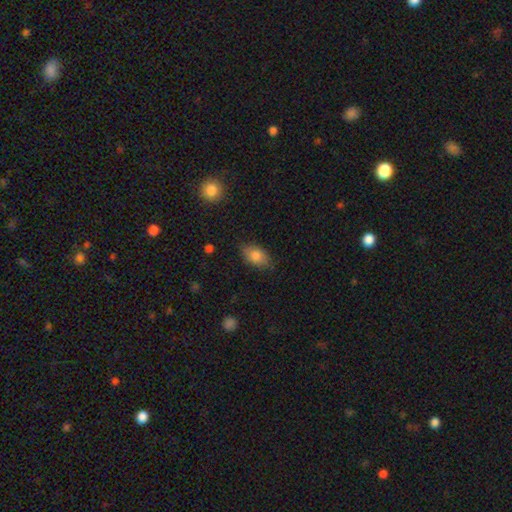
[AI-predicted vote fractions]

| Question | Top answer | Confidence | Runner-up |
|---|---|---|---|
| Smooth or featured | smooth | 81% | featured or disk (11%) |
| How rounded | in between | 89% | round (9%) |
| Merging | none | 78% | minor disturbance (17%) |